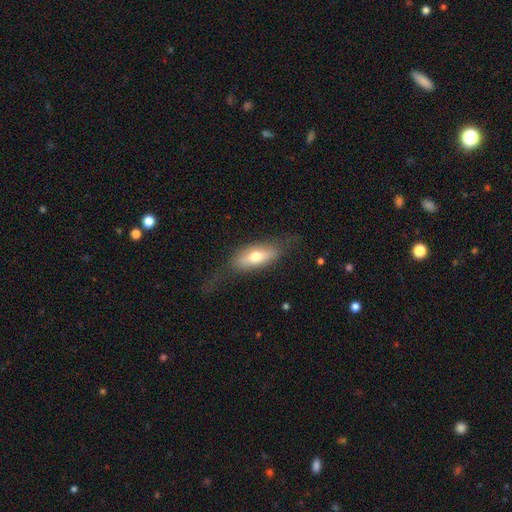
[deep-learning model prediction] A smooth galaxy with no disk features (62%) that is in between round and cigar-shaped (72%).

Vote fractions:
- Smooth or featured? smooth: 62% / featured or disk: 31% / star or artifact: 7%
- How rounded? in between: 72% / cigar-shaped: 24% / round: 4%
- Merging? none: 63% / minor disturbance: 21% / major disturbance: 15% / merger: 2%